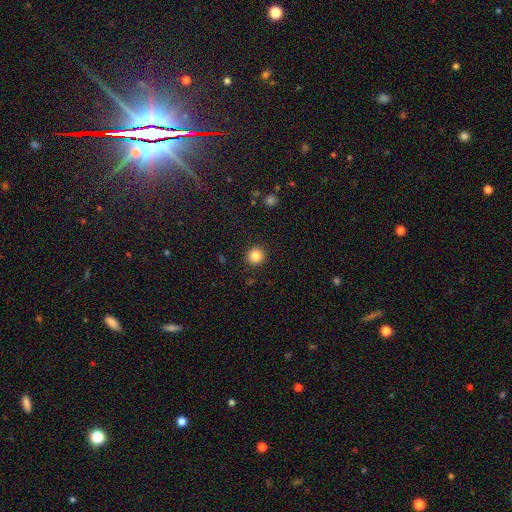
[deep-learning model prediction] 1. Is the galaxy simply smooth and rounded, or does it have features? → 85% smooth, 11% star or artifact, 4% featured or disk.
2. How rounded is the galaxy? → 94% round, 5% in between, 1% cigar-shaped.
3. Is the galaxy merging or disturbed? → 92% none, 5% minor disturbance, 2% major disturbance, 1% merger.